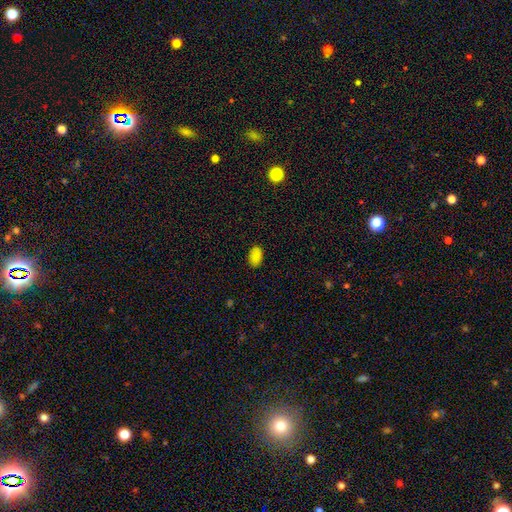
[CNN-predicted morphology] This is clearly a smooth galaxy (85%). How rounded: clearly in between (90%). Merging: clearly none (87%).